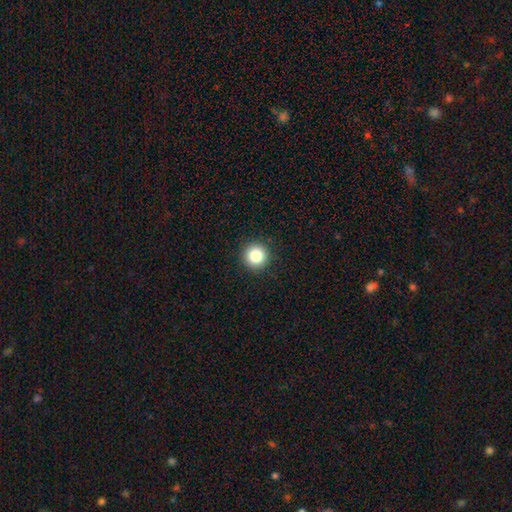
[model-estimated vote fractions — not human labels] A smooth galaxy with no disk features (84%) that is round (96%). Merging: none (93%).